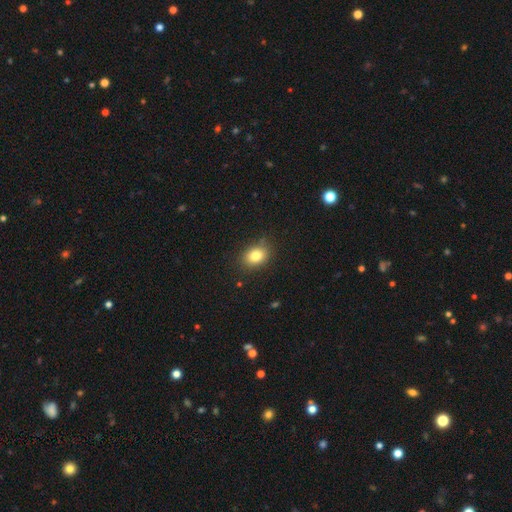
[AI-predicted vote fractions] Morphology: type=smooth (82%); roundness=in between (67%); merging=none (82%).